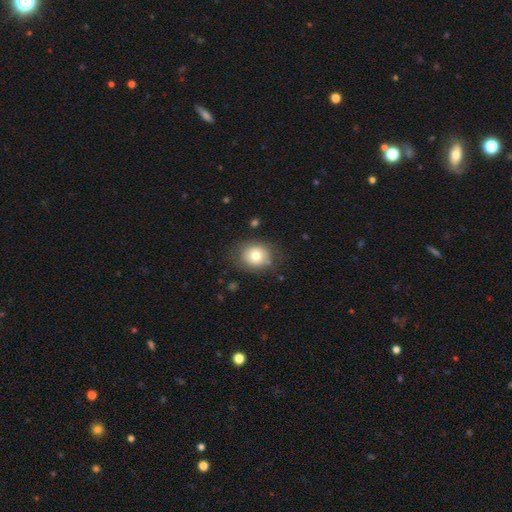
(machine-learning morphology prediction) A smooth galaxy with no disk features (76%) that is round (67%).

Vote fractions:
- Smooth or featured? smooth: 76% / featured or disk: 14% / star or artifact: 10%
- How rounded? round: 67% / in between: 32% / cigar-shaped: 1%
- Merging? none: 78% / minor disturbance: 15% / major disturbance: 5% / merger: 2%